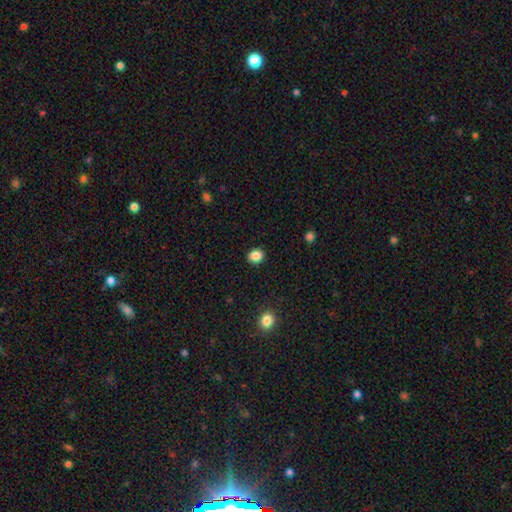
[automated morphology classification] smooth_or_featured: smooth (p=0.86) [alt: star or artifact p=0.10]
how_rounded: round (p=0.69) [alt: in between p=0.31]
merging: none (p=0.91) [alt: minor disturbance p=0.06]